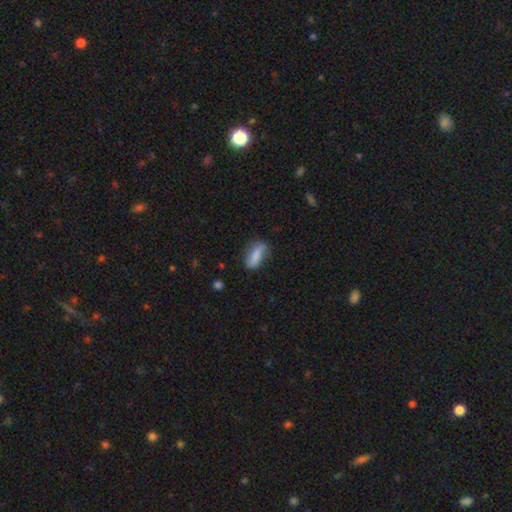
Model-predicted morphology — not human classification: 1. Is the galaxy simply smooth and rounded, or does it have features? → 72% smooth, 20% featured or disk, 7% star or artifact.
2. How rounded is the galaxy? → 77% in between, 19% cigar-shaped, 4% round.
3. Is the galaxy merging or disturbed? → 66% none, 25% minor disturbance, 7% major disturbance, 2% merger.